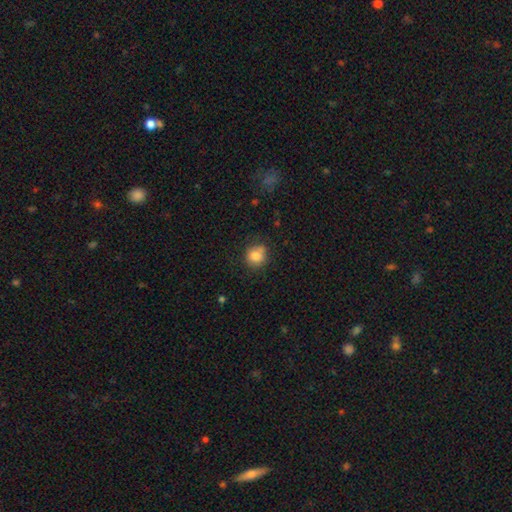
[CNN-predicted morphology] type=smooth (82%); roundness=round (81%); merging=none (65%).